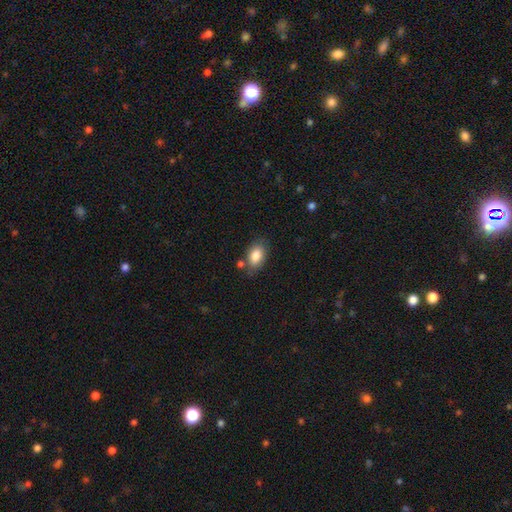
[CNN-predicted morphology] Smooth or featured: smooth — 84% (featured or disk — 9%)
How rounded: in between — 90% (round — 8%)
Merging: none — 72% (minor disturbance — 16%)